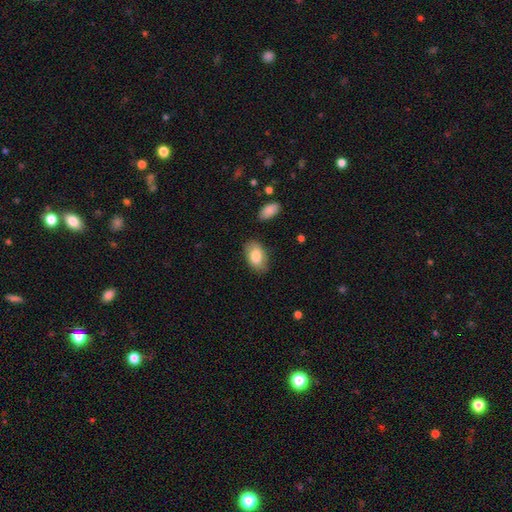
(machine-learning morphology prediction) Smooth or featured?
  - smooth: 83% *
  - featured or disk: 11%
  - star or artifact: 6%
How rounded?
  - in between: 92% *
  - round: 7%
  - cigar-shaped: 1%
Merging?
  - none: 79% *
  - minor disturbance: 15%
  - major disturbance: 3%
  - merger: 2%